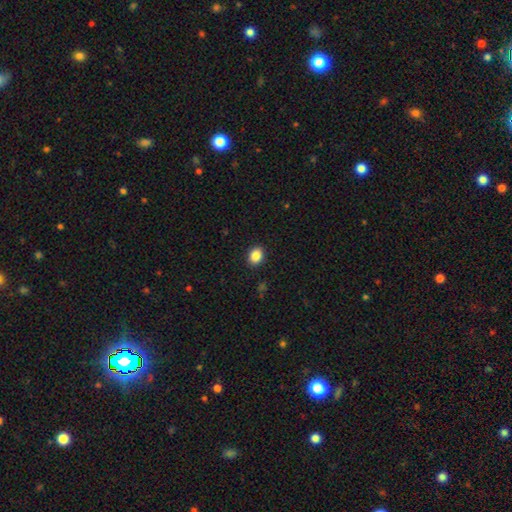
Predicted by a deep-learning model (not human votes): A smooth galaxy with no disk features (87%) that is in between round and cigar-shaped (55%). Merging: none (91%).